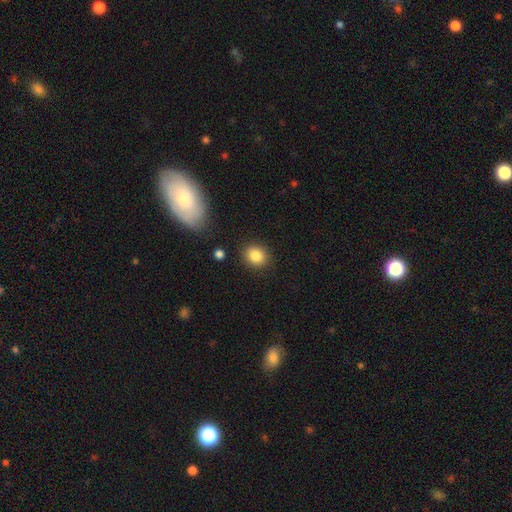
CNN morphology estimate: Q: Smooth or featured?
A: smooth (85%); runner-up: star or artifact (9%)
Q: How rounded?
A: round (64%); runner-up: in between (35%)
Q: Merging?
A: none (87%); runner-up: minor disturbance (9%)